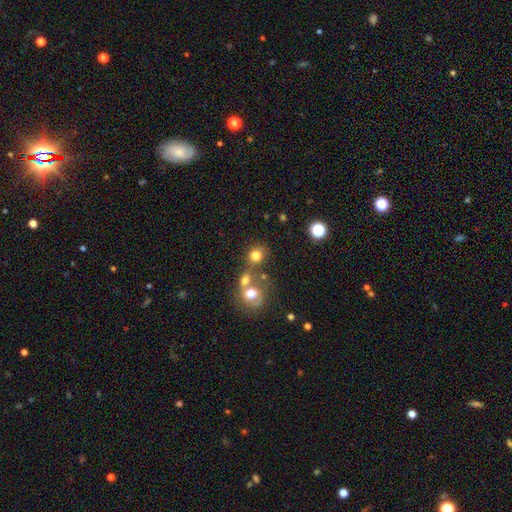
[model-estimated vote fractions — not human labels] The model was most divided on "merging": none: 52%, merger: 31%, minor disturbance: 11%, major disturbance: 6%. More confident: how rounded — round (78%); smooth or featured — smooth (74%).